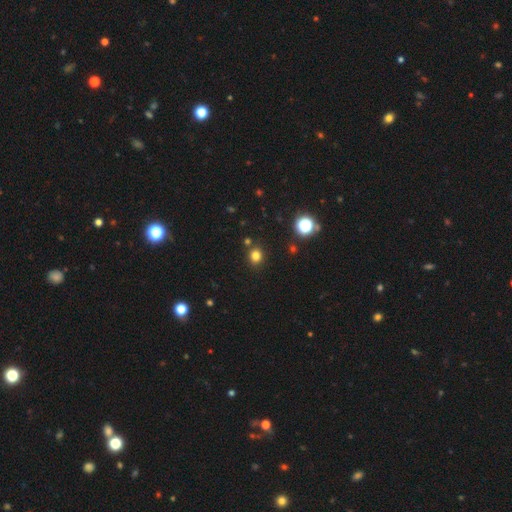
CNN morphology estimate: Q: Smooth or featured?
A: smooth (78%); runner-up: star or artifact (17%)
Q: How rounded?
A: round (81%); runner-up: in between (18%)
Q: Merging?
A: none (85%); runner-up: minor disturbance (7%)